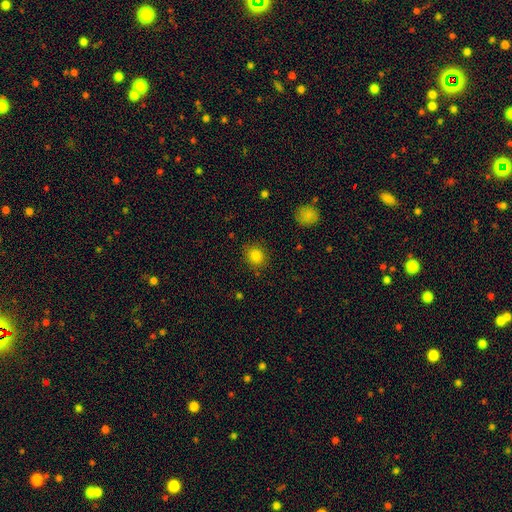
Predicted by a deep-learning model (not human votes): Q: Smooth or featured?
A: smooth (84%); runner-up: star or artifact (12%)
Q: How rounded?
A: round (78%); runner-up: in between (21%)
Q: Merging?
A: none (86%); runner-up: minor disturbance (10%)